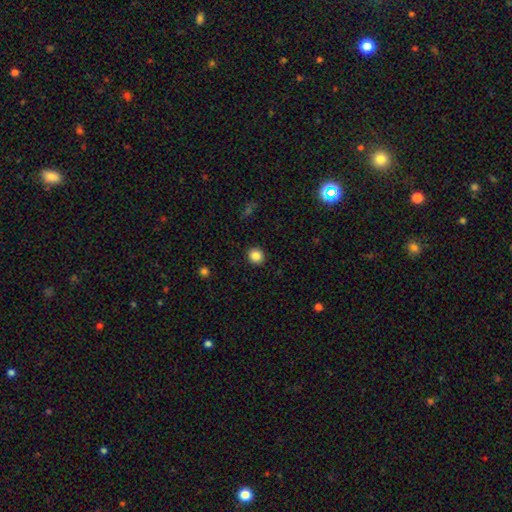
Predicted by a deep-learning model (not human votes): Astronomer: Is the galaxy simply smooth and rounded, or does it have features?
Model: smooth — 86%.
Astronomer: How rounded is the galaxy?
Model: round — 88%.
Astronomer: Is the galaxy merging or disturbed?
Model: none — 92%.